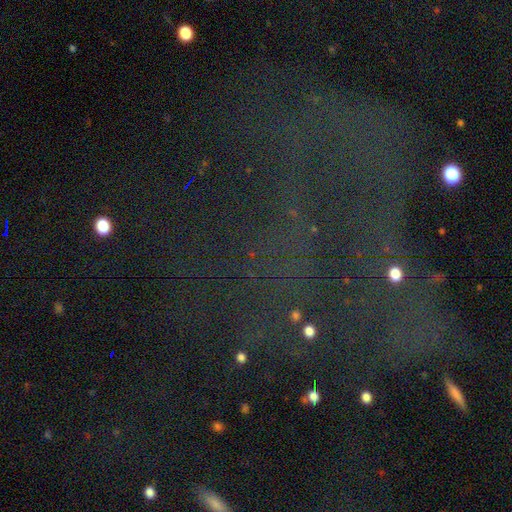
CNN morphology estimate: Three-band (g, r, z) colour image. It shows a star or artifact, not a galaxy (62%).